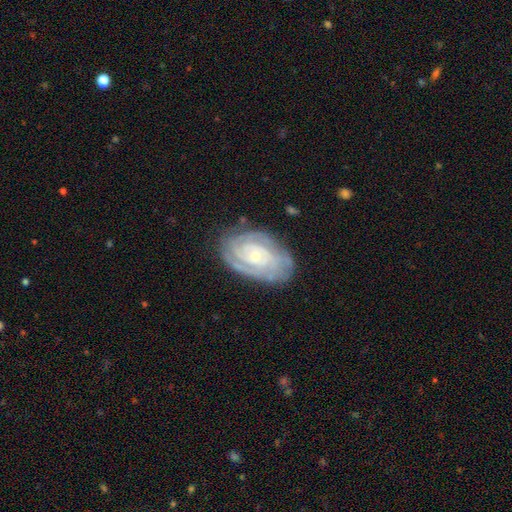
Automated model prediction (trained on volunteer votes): A featured or disk galaxy (86%) with no bar (71%), 2 (30%) tight (80%) spiral arms (96%) and a small central bulge (71%). Merging: none (76%).